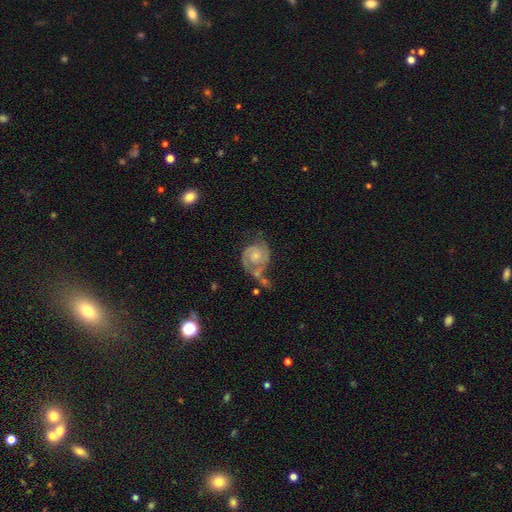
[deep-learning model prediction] Smooth or featured? Predicted: featured or disk (p=0.80). Edge-on disk? Predicted: no (p=0.98). Bar? Predicted: no (p=0.74). Spiral arms? Predicted: yes (p=0.94). Spiral winding? Predicted: tight (p=0.51). Spiral arm count? Predicted: 2 (p=0.72). Bulge size? Predicted: small (p=0.47). Merging? Predicted: none (p=0.36).